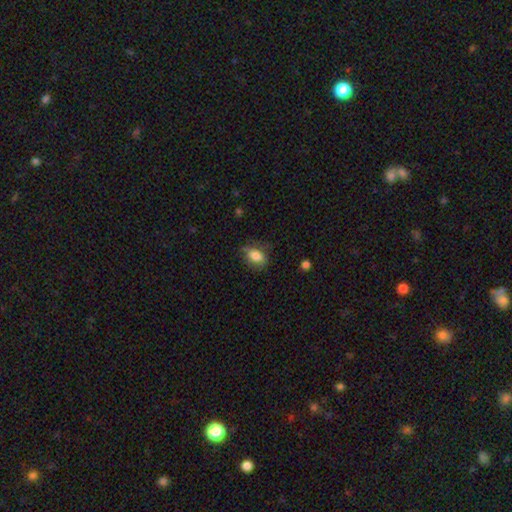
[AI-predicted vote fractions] Smooth or featured: smooth — 81% (featured or disk — 11%)
How rounded: in between — 79% (round — 18%)
Merging: none — 65% (minor disturbance — 26%)